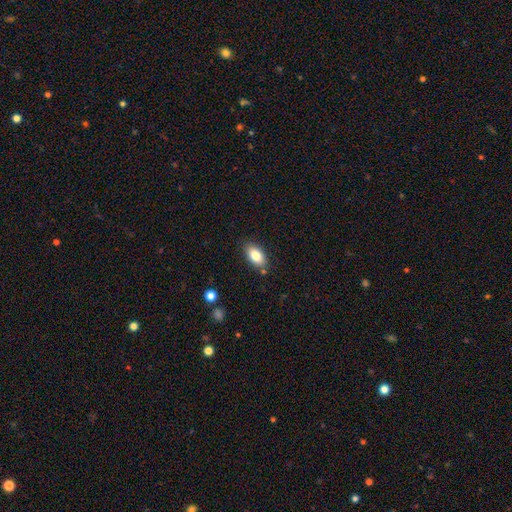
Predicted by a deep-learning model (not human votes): The model was most divided on "smooth or featured": smooth: 82%, featured or disk: 10%, star or artifact: 8%. More confident: how rounded — in between (92%); merging — none (84%).